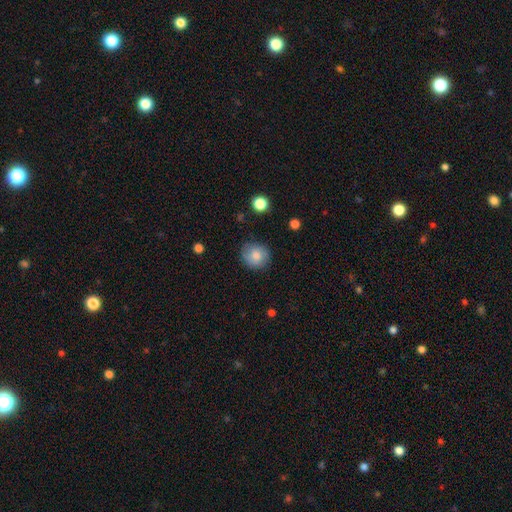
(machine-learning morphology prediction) type=smooth (80%); roundness=round (86%); merging=none (82%).